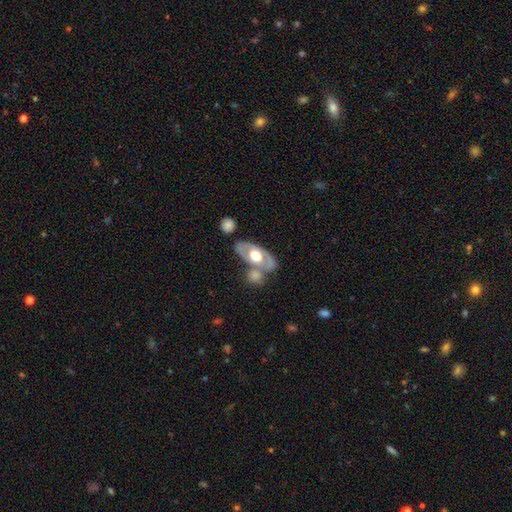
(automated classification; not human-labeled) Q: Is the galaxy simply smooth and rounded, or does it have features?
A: featured or disk — 59%.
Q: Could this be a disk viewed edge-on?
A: no — 82%.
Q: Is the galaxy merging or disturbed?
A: none — 58%.